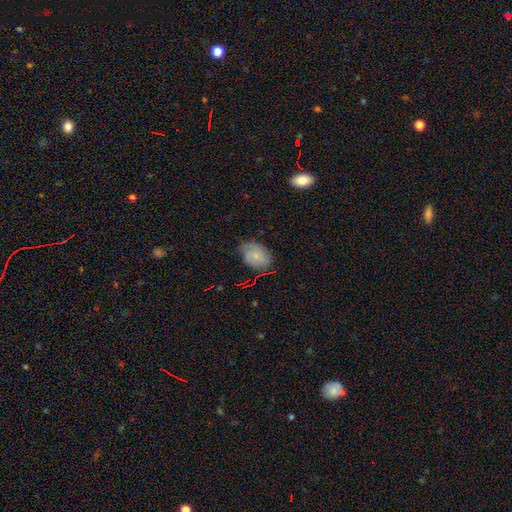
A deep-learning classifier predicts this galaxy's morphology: This appears to be a smooth galaxy with no disk features (67%) that is in between round and cigar-shaped (81%). Merging: none (62%).